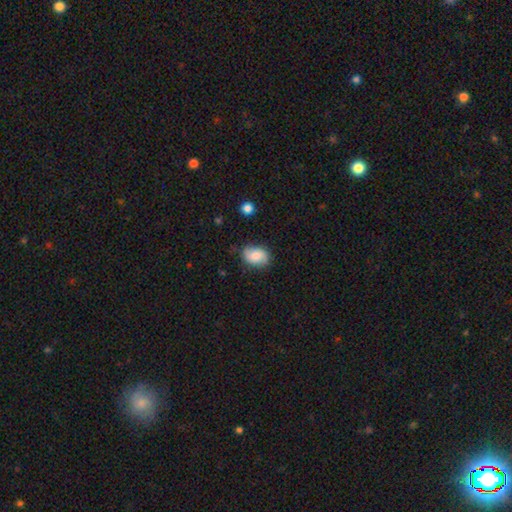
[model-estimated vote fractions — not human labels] Morphology: type=smooth (70%); roundness=in between (77%); merging=none (77%).